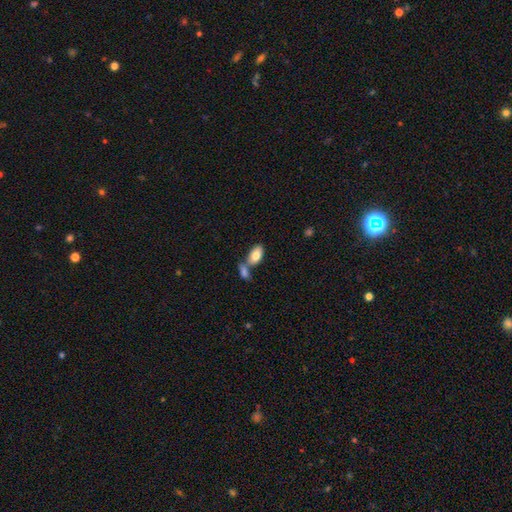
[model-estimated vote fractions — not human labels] A smooth galaxy with no disk features (79%) that is in between round and cigar-shaped (93%). Merging: none (47%).